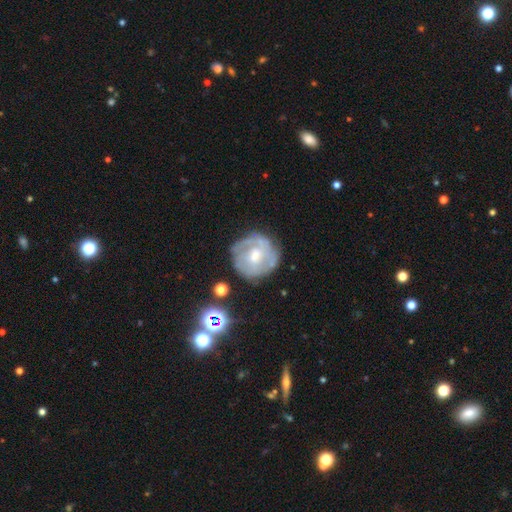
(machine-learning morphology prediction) type=featured or disk (65%); edge-on=no (97%); bar=no (62%); spiral arms=yes (60%); bulge=moderate (57%); merging=none (69%).